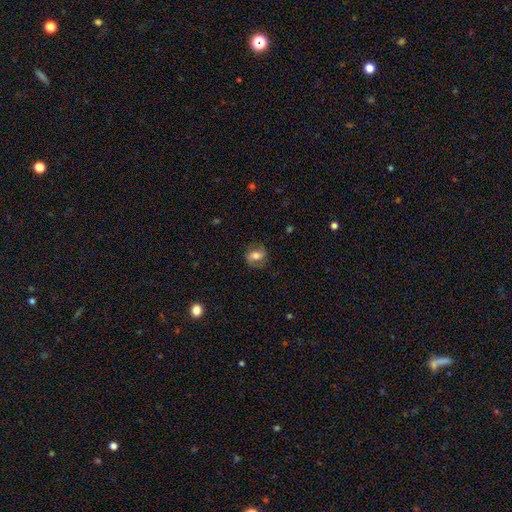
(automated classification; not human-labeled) smooth_or_featured: smooth (p=0.52) [alt: featured or disk p=0.39]
how_rounded: in between (p=0.66) [alt: round p=0.31]
merging: none (p=0.71) [alt: minor disturbance p=0.19]